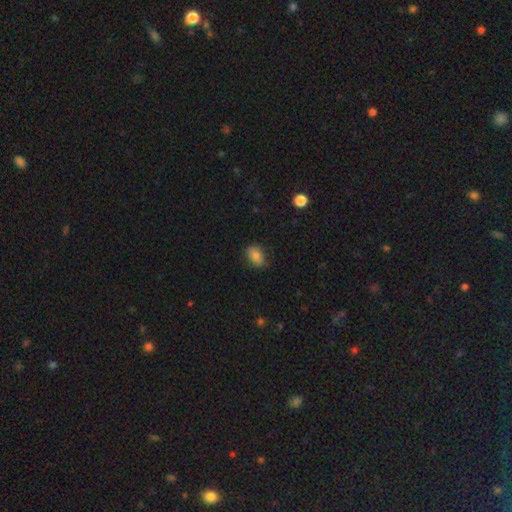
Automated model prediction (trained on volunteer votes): Q: Smooth or featured?
A: smooth (80%); runner-up: featured or disk (11%)
Q: How rounded?
A: in between (79%); runner-up: round (19%)
Q: Merging?
A: none (75%); runner-up: minor disturbance (20%)